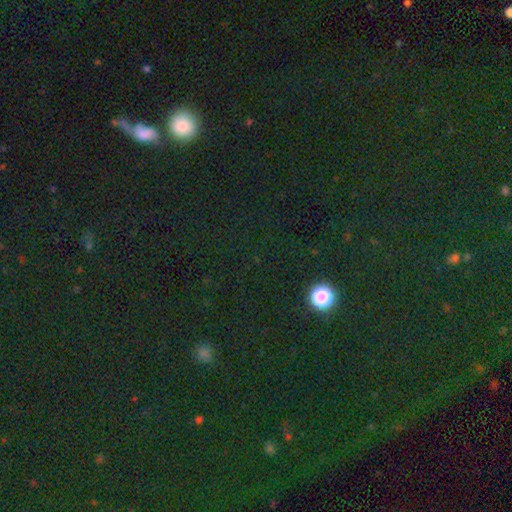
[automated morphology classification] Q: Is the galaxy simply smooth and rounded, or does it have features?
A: star or artifact — 67%.